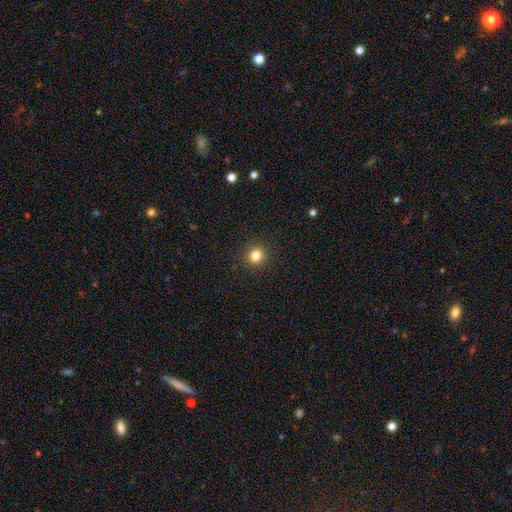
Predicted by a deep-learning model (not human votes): Morphology: type=smooth (82%); roundness=round (91%); merging=none (91%).